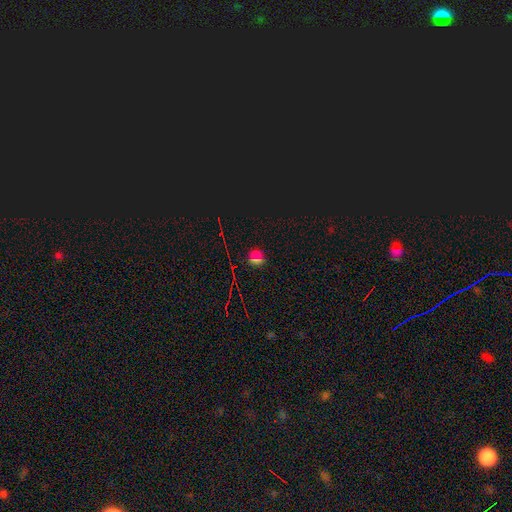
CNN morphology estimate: smooth-or-featured: star or artifact: 56% | smooth: 36% | featured or disk: 8%